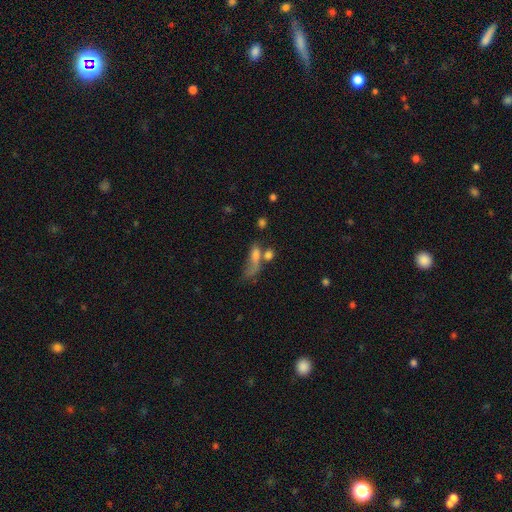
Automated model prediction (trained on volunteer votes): smooth-or-featured: smooth: 59% | featured or disk: 25% | star or artifact: 16%
  how-rounded: in between: 53% | cigar-shaped: 36% | round: 11%
  merging: merger: 32% | major disturbance: 28% | none: 25% | minor disturbance: 15%